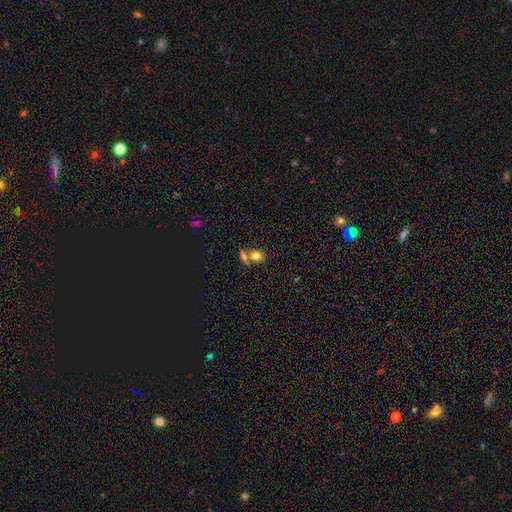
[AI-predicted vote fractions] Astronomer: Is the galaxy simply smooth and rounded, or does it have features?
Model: smooth — 77%.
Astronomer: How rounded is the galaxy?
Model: in between — 51% (runner-up: round, 47%).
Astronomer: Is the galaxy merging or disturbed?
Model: merger — 44% (runner-up: none, 42%).